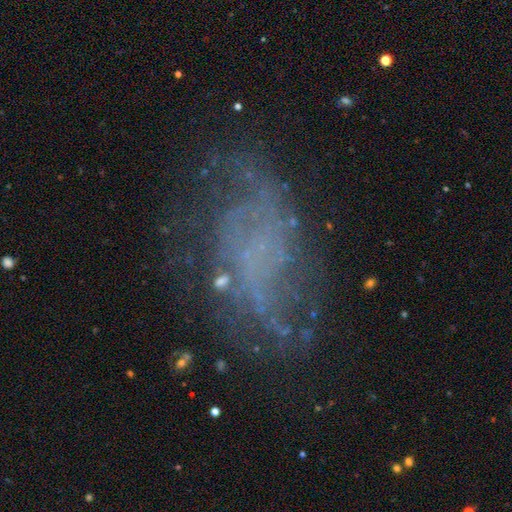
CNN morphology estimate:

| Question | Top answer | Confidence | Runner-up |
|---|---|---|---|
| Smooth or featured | featured or disk | 69% | star or artifact (16%) |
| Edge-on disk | no | 96% | yes (4%) |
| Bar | no | 73% | weak (21%) |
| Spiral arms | yes | 74% | no (26%) |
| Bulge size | none | 78% | small (14%) |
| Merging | none | 58% | major disturbance (20%) |